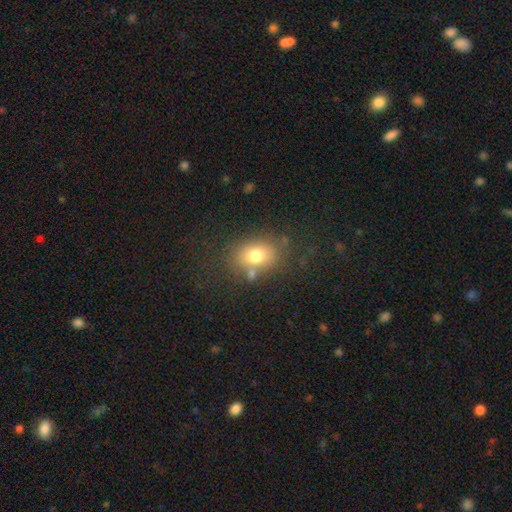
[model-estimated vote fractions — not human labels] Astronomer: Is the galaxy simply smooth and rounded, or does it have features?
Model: smooth — 75%.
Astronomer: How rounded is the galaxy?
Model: in between — 66%.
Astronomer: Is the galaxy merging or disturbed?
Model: none — 69%.